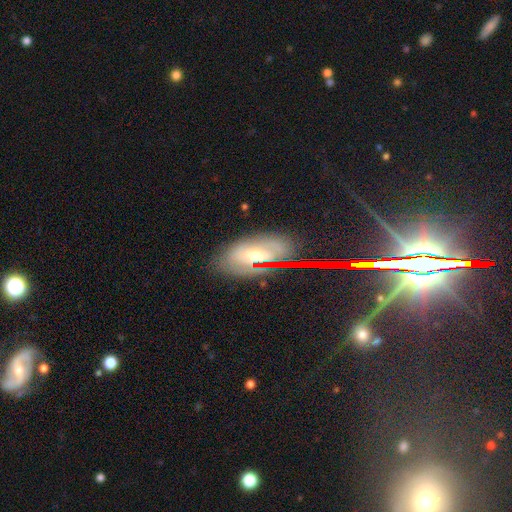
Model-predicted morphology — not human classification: This is possibly a featured or disk galaxy (50%). Merging: likely none (74%).